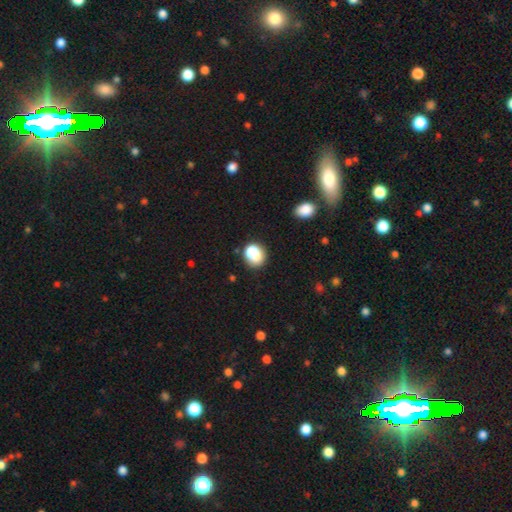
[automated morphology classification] smooth 77%, featured or disk 12%, star or artifact 11%. Down the decision tree: how rounded — round (57%); merging — none (54%).